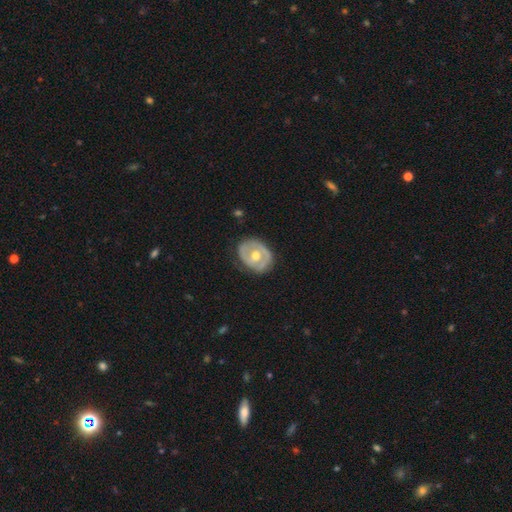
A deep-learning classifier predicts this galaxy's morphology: This is likely a featured or disk galaxy (67%). It is clearly not viewed edge-on (95%). Bar: likely no (64%). Spiral arm pattern: possibly no (57%). Central bulge: likely moderate (77%). Merging: likely none (79%).